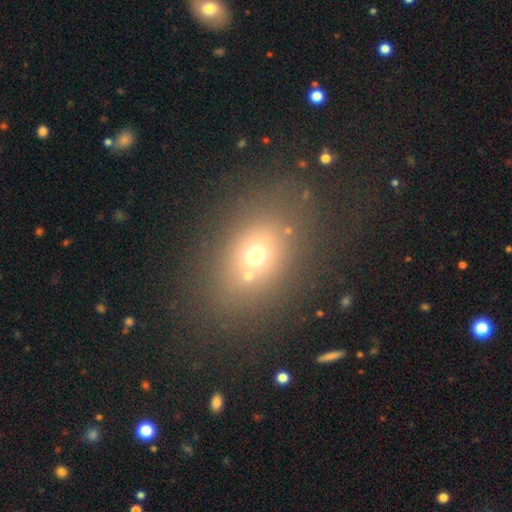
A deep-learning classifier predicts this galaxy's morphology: This is likely a smooth galaxy (62%). How rounded: possibly in between (59%). Merging: likely none (70%).